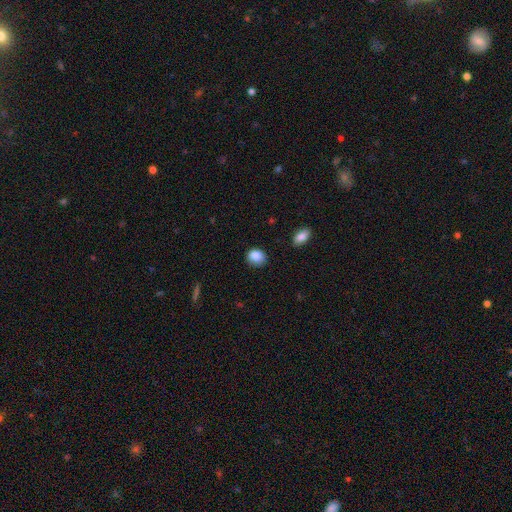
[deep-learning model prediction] A smooth galaxy with no disk features (87%) that is round (59%).

Vote fractions:
- Smooth or featured? smooth: 87% / star or artifact: 8% / featured or disk: 4%
- How rounded? round: 59% / in between: 39% / cigar-shaped: 1%
- Merging? none: 79% / minor disturbance: 17% / major disturbance: 3% / merger: 1%